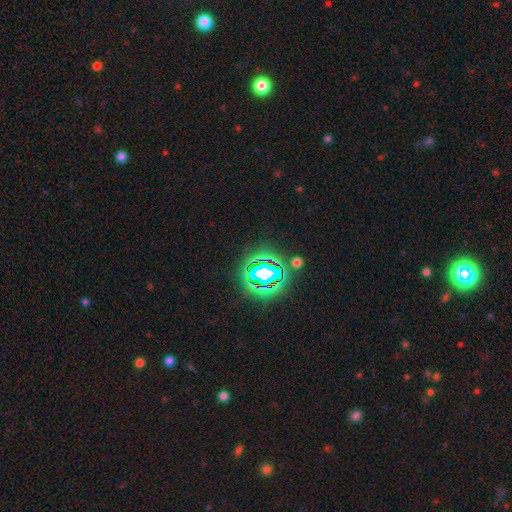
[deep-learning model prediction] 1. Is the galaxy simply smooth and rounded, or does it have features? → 83% star or artifact, 11% smooth, 6% featured or disk.